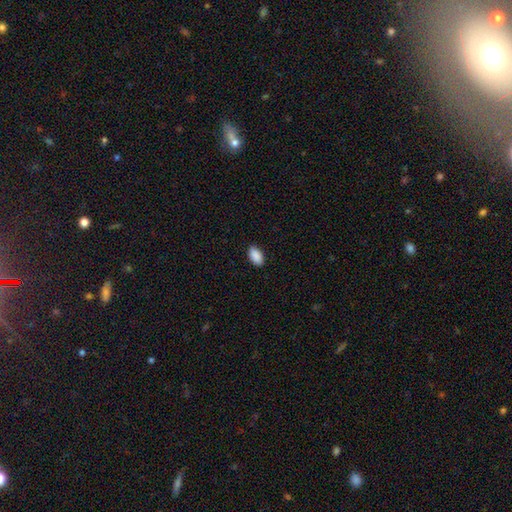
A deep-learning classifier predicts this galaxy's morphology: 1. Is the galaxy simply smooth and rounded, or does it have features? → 90% smooth, 7% star or artifact, 3% featured or disk.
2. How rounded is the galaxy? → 94% in between, 3% round, 2% cigar-shaped.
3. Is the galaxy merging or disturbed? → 88% none, 9% minor disturbance, 2% major disturbance, 1% merger.